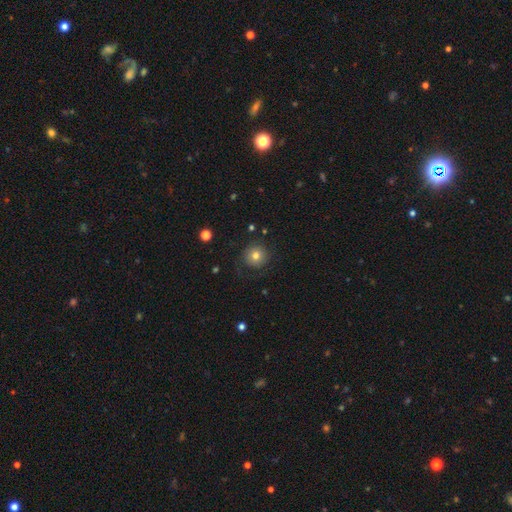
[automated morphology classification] smooth_or_featured: smooth (p=0.74) [alt: featured or disk p=0.15]
how_rounded: round (p=0.94) [alt: in between p=0.05]
merging: none (p=0.78) [alt: minor disturbance p=0.12]